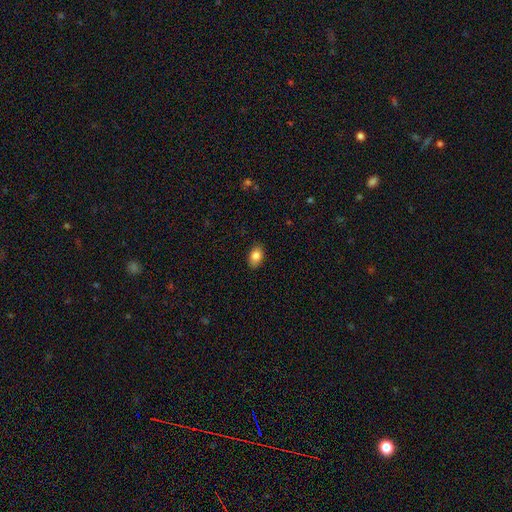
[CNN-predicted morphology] smooth 83%, featured or disk 9%, star or artifact 8%. Down the decision tree: how rounded — in between (87%); merging — none (87%).